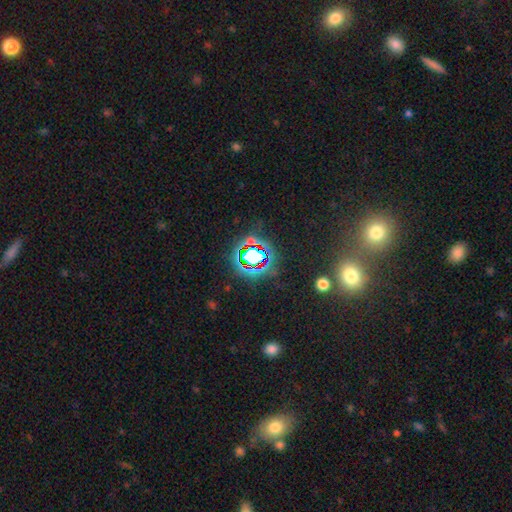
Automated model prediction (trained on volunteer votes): smooth_or_featured: star or artifact (p=0.71) [alt: smooth p=0.18]